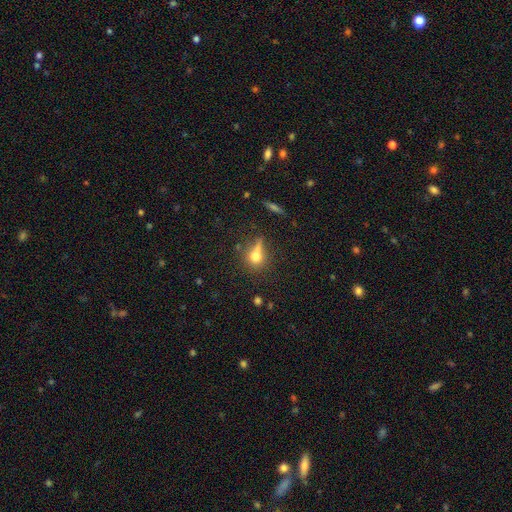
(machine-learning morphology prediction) The model was most divided on "merging": none: 52%, minor disturbance: 21%, major disturbance: 15%, merger: 11%. More confident: smooth or featured — smooth (69%); how rounded — round (65%).